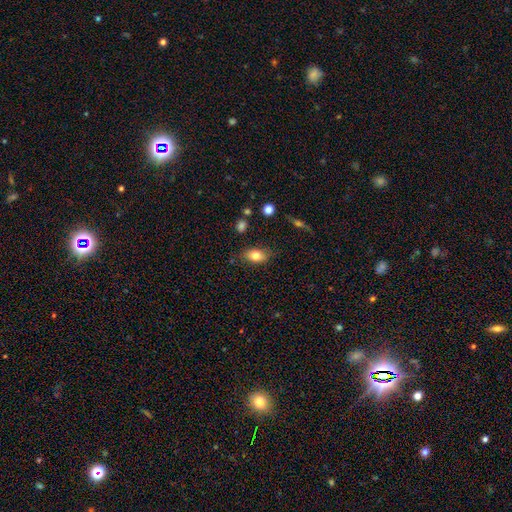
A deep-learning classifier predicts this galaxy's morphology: Smooth or featured?
  - smooth: 79% *
  - featured or disk: 13%
  - star or artifact: 9%
How rounded?
  - in between: 88% *
  - round: 8%
  - cigar-shaped: 4%
Merging?
  - none: 80% *
  - minor disturbance: 14%
  - major disturbance: 3%
  - merger: 2%